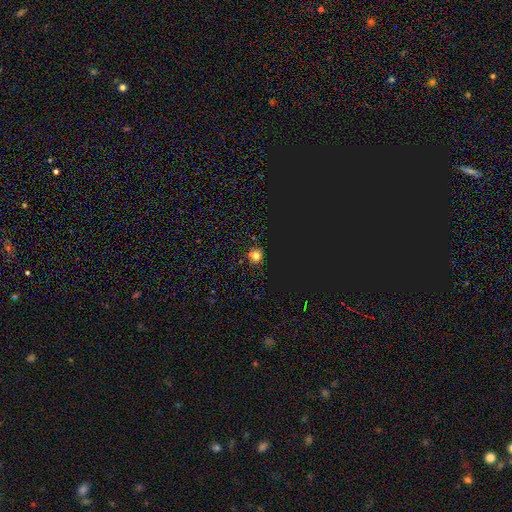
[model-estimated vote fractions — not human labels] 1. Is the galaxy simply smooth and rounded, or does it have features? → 63% smooth, 31% star or artifact, 6% featured or disk.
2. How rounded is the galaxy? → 89% round, 10% in between, 1% cigar-shaped.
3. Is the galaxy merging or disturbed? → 85% none, 9% minor disturbance, 3% major disturbance, 2% merger.